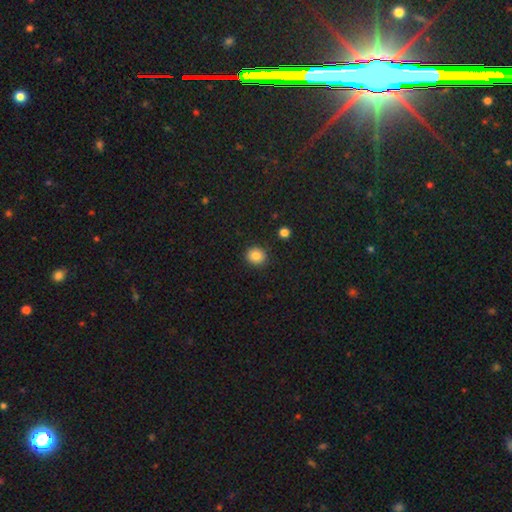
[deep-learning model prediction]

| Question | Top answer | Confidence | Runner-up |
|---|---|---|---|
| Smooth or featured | smooth | 84% | star or artifact (10%) |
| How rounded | round | 86% | in between (13%) |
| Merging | none | 91% | minor disturbance (6%) |